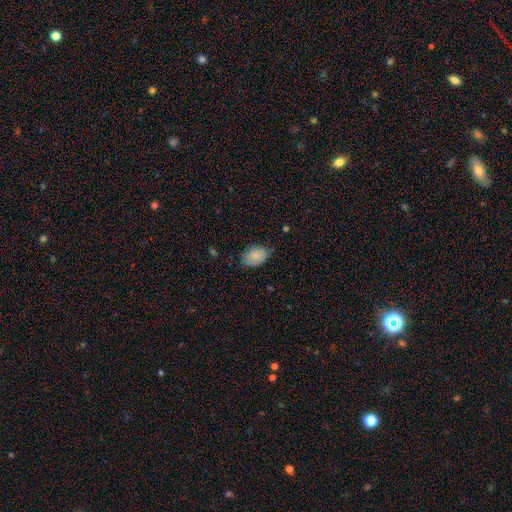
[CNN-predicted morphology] Smooth or featured?
  - smooth: 85% *
  - featured or disk: 8%
  - star or artifact: 7%
How rounded?
  - in between: 84% *
  - round: 15%
  - cigar-shaped: 1%
Merging?
  - none: 74% *
  - minor disturbance: 22%
  - major disturbance: 4%
  - merger: 1%